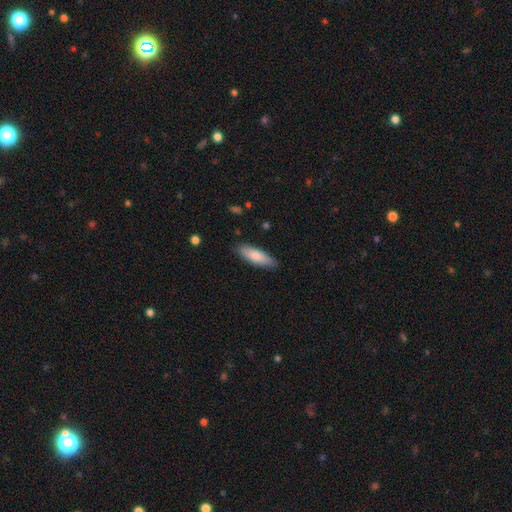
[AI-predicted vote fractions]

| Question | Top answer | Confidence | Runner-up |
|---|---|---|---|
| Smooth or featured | smooth | 79% | featured or disk (15%) |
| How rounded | in between | 49% | tied: cigar-shaped (49%) |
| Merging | none | 85% | minor disturbance (12%) |